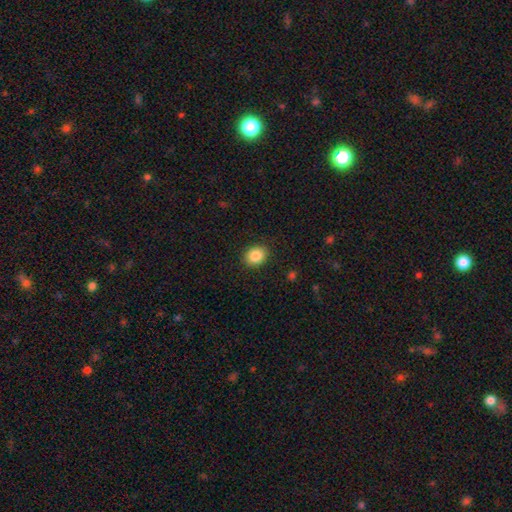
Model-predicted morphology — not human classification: Smooth or featured? smooth (86%)
How rounded? round (61%)
Merging? none (89%)